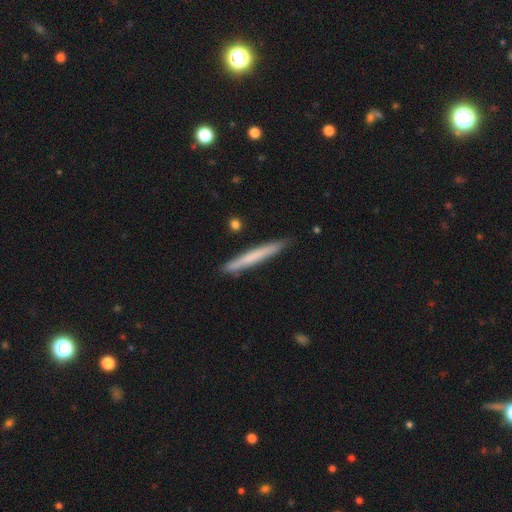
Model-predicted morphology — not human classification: smooth 62%, featured or disk 32%, star or artifact 6%. Down the decision tree: how rounded — cigar-shaped (97%); merging — none (88%).